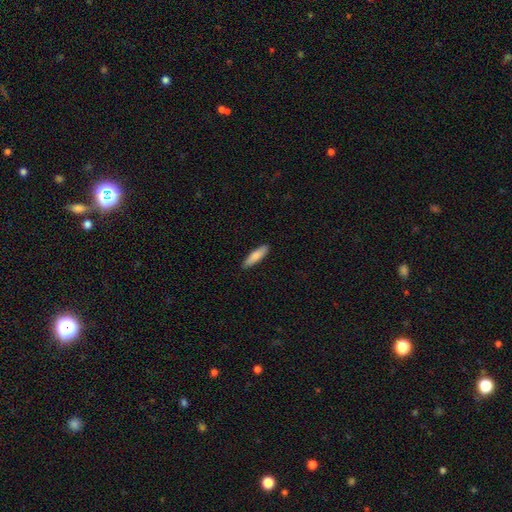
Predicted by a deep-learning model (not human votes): smooth 82%, featured or disk 12%, star or artifact 5%. Down the decision tree: how rounded — cigar-shaped (67%); merging — none (89%).